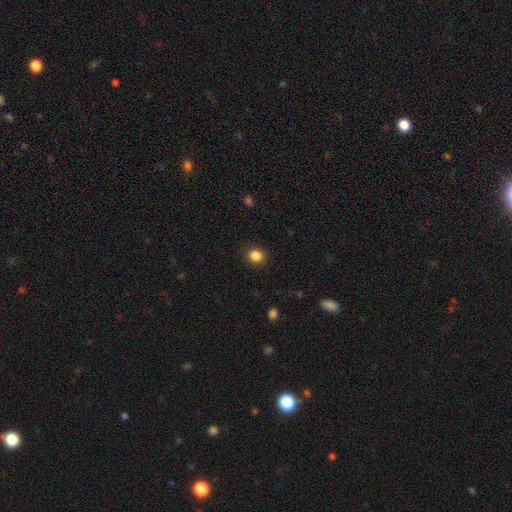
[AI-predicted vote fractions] Smooth or featured?
  - smooth: 86% *
  - star or artifact: 10%
  - featured or disk: 4%
How rounded?
  - round: 77% *
  - in between: 22%
  - cigar-shaped: 1%
Merging?
  - none: 89% *
  - minor disturbance: 8%
  - major disturbance: 2%
  - merger: 1%